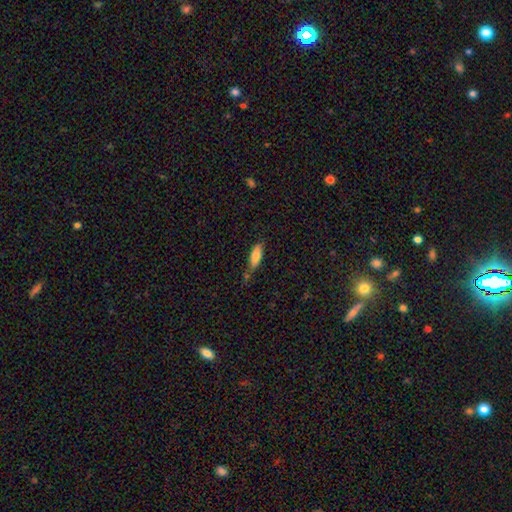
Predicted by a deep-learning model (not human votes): The model was most divided on "how rounded": in between: 60%, cigar-shaped: 38%, round: 2%. More confident: smooth or featured — smooth (79%); merging — none (61%).